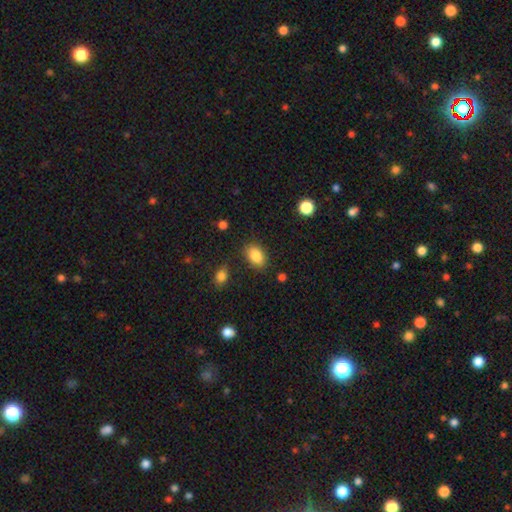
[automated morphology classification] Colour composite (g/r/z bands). It shows a smooth galaxy with no disk features (86%) that is in between round and cigar-shaped (86%). Merging: none (81%).